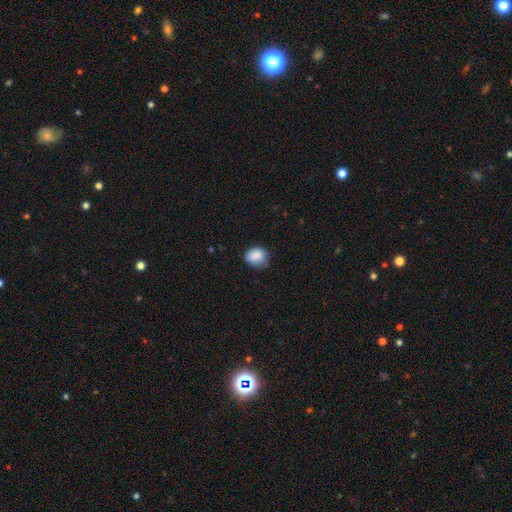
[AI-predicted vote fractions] Smooth or featured?
  - smooth: 87% *
  - star or artifact: 8%
  - featured or disk: 5%
How rounded?
  - round: 56% *
  - in between: 43%
  - cigar-shaped: 1%
Merging?
  - none: 63% *
  - minor disturbance: 30%
  - major disturbance: 6%
  - merger: 1%